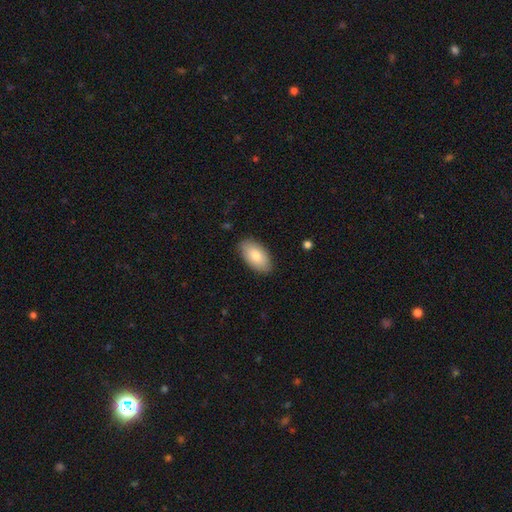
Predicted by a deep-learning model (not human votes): Q: Smooth or featured?
A: smooth (81%); runner-up: featured or disk (13%)
Q: How rounded?
A: in between (95%); runner-up: round (3%)
Q: Merging?
A: none (87%); runner-up: minor disturbance (10%)